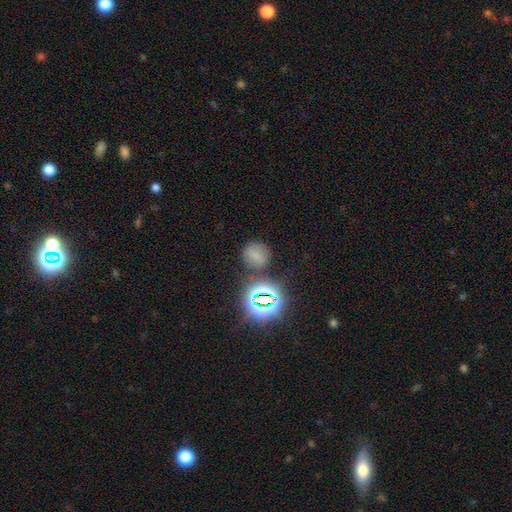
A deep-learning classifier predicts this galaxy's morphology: This appears to be a smooth galaxy with no disk features (59%) that is round (78%). Merging: none (72%).